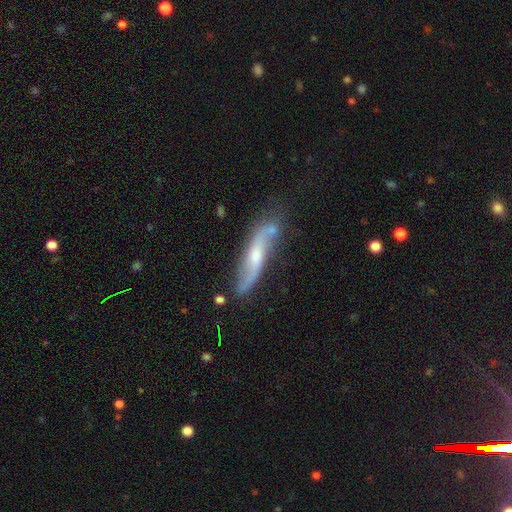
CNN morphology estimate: This appears to be a featured or disk galaxy (73%). Merging: none (65%).